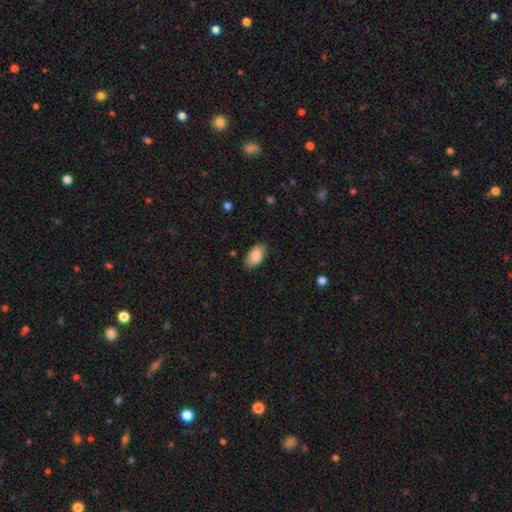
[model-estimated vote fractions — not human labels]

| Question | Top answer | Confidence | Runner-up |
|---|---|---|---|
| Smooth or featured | smooth | 85% | featured or disk (8%) |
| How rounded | in between | 94% | round (3%) |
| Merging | none | 85% | minor disturbance (12%) |